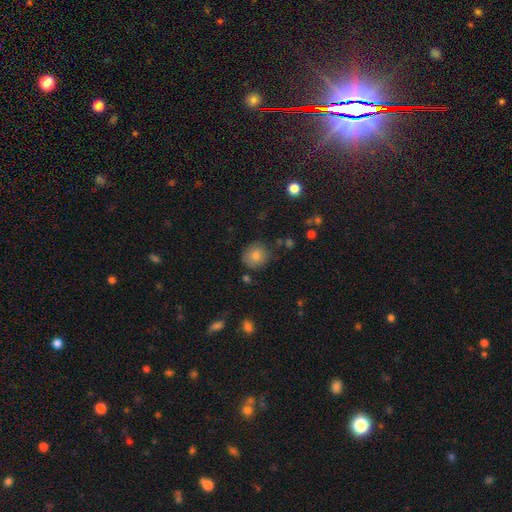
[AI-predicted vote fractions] This is clearly a smooth galaxy (82%). How rounded: clearly round (88%). Merging: likely none (80%).